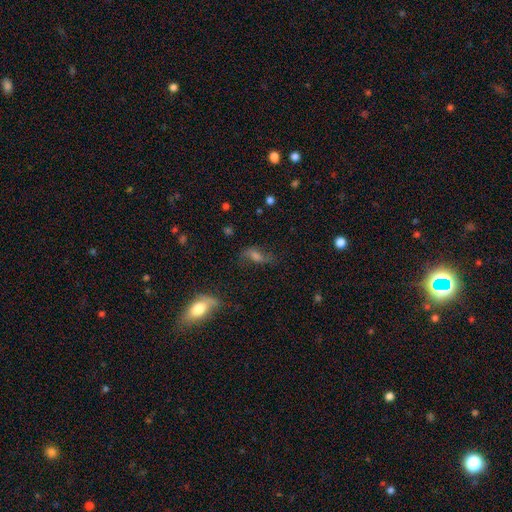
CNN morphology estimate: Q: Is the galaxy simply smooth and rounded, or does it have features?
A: featured or disk — 52%.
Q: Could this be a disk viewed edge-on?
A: no — 88%.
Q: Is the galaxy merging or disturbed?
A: none — 64%.